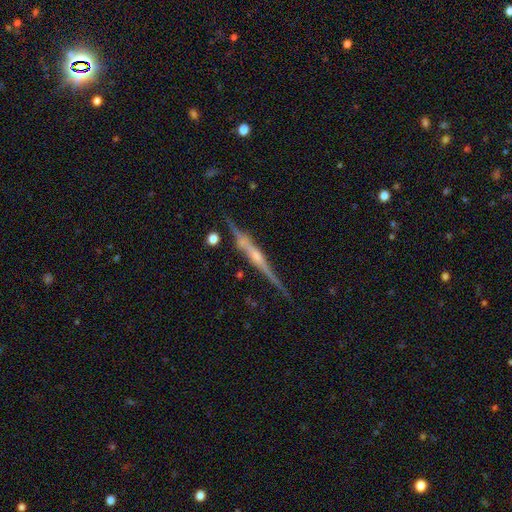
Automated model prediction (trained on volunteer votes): A featured or disk galaxy (80%) viewed edge-on (97%) with a rounded central bulge (66%). Merging: none (78%).